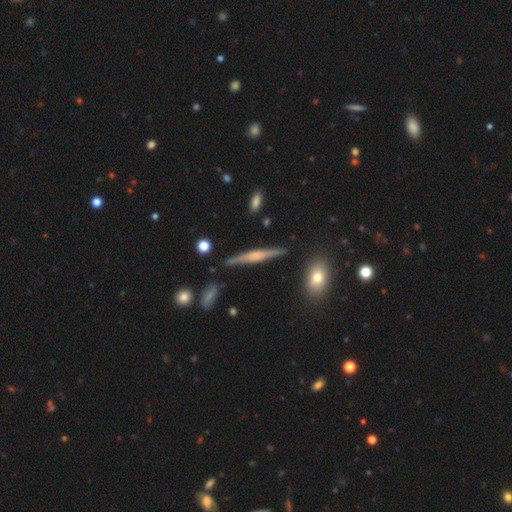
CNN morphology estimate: Overall: featured or disk (64%; smooth 28%). Edge-on disk: yes (96%). Edge-on bulge: rounded (50%; boxy 26%). Merging: none (84%).